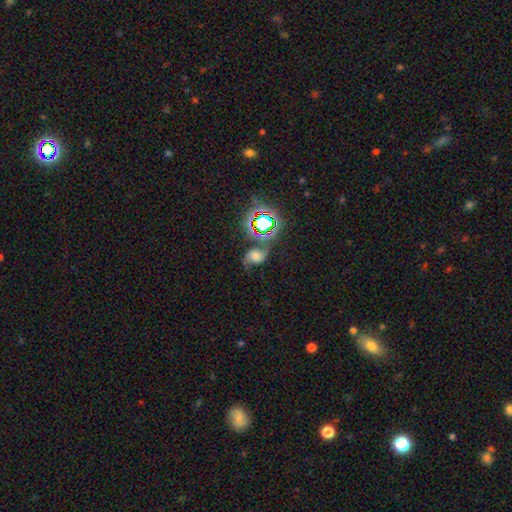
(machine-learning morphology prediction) The model was most divided on "bulge size": moderate: 27%, large: 25%, none: 18%, small: 18%, dominant: 12%. Remaining: edge-on disk — no (96%); spiral arms — yes (90%); bar — no (63%); smooth or featured — featured or disk (52%); merging — none (49%).